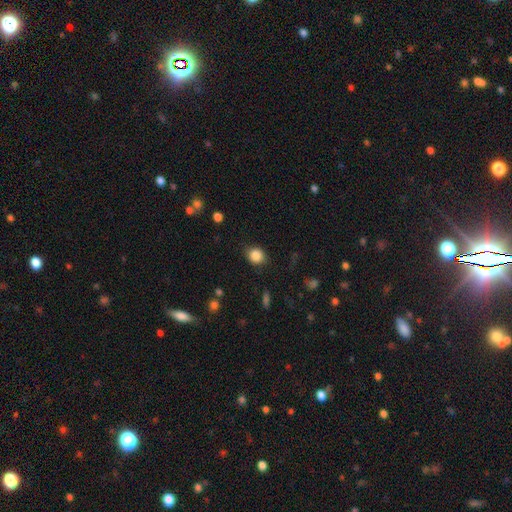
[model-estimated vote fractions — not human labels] The model was most divided on "how rounded": round: 68%, in between: 31%, cigar-shaped: 1%. More confident: smooth or featured — smooth (85%); merging — none (83%).